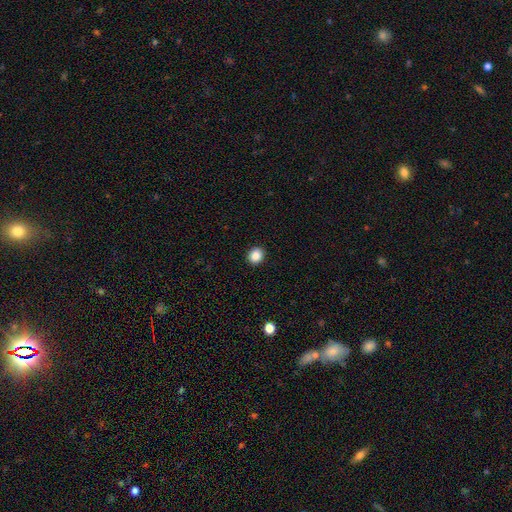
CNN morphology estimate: A smooth galaxy with no disk features (88%) that is round (80%). Merging: none (92%).